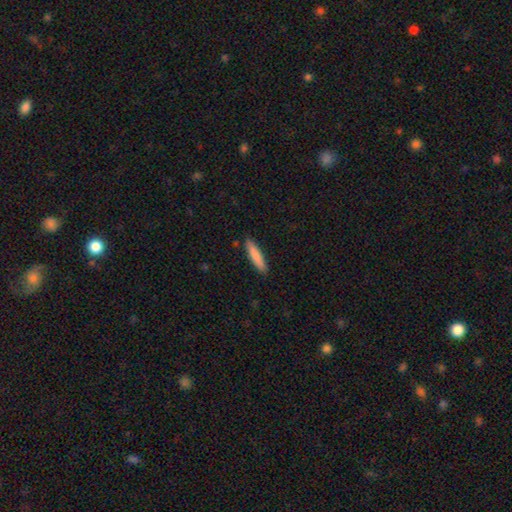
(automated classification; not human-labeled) This appears to be a smooth galaxy with no disk features (83%) that is cigar-shaped (85%). Merging: none (88%).